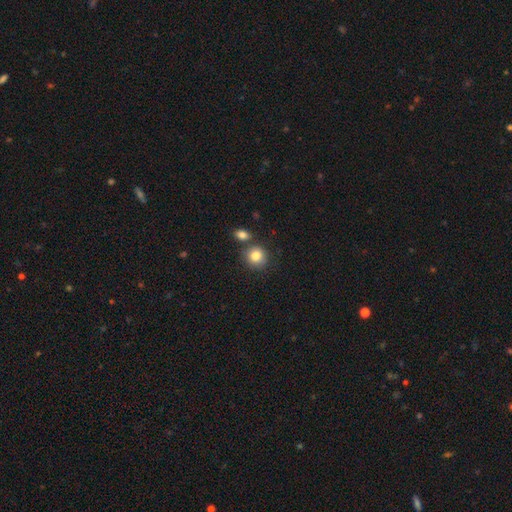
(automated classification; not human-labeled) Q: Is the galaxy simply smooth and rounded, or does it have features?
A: smooth — 83%.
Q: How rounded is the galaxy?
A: round — 85%.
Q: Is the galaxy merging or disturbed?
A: none — 70%.